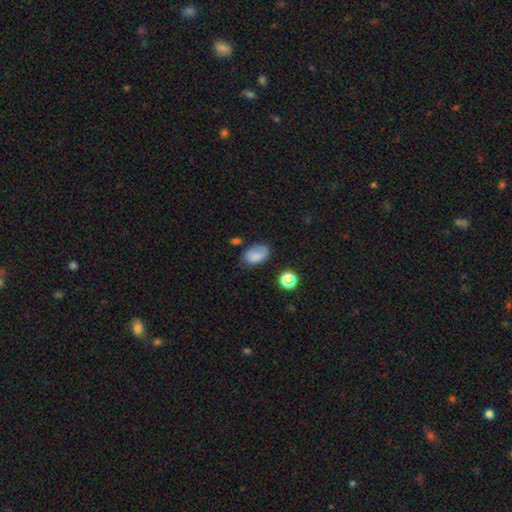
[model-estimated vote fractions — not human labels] smooth 73%, featured or disk 15%, star or artifact 12%. Down the decision tree: how rounded — in between (86%); merging — none (58%).